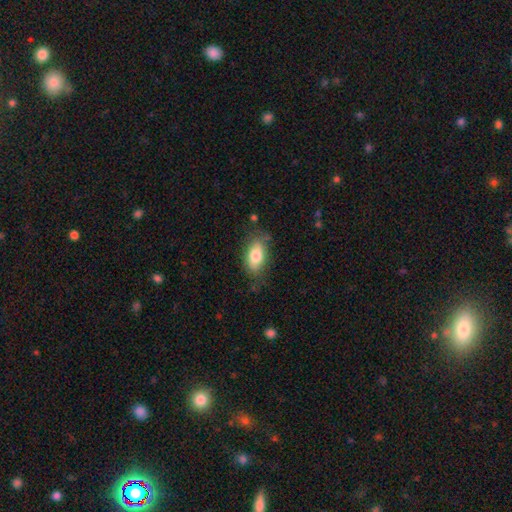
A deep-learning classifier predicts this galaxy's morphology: smooth-or-featured: smooth: 78% | featured or disk: 16% | star or artifact: 7%
  how-rounded: in between: 89% | cigar-shaped: 6% | round: 5%
  merging: none: 71% | minor disturbance: 21% | major disturbance: 6% | merger: 2%